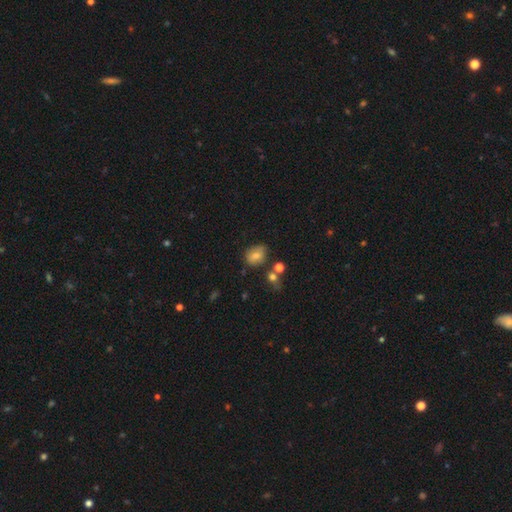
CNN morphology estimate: The model was most divided on "how rounded": in between: 51%, round: 48%, cigar-shaped: 1%. More confident: smooth or featured — smooth (76%); merging — none (70%).